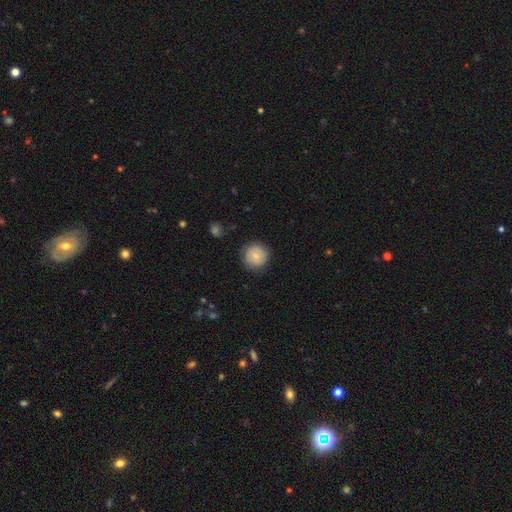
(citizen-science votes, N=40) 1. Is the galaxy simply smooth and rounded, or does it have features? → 70% smooth, 22% featured or disk, 8% star or artifact.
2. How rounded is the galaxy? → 93% round, 4% in between, 4% cigar-shaped.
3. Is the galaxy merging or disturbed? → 81% none, 16% minor disturbance, 3% major disturbance, 0% merger.